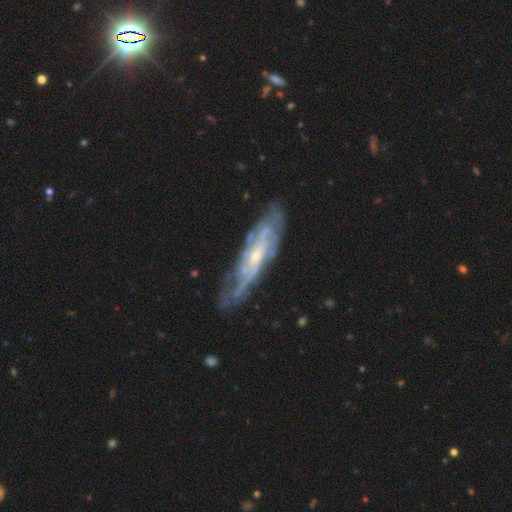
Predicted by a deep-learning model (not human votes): This is clearly a featured or disk galaxy (80%). It is likely not viewed edge-on (70%). Bar: likely no (61%). Spiral arm pattern: clearly yes (85%). Central bulge: likely small (71%). Merging: likely none (68%).